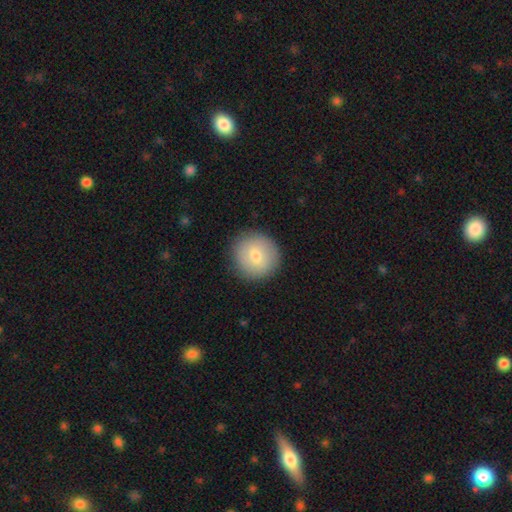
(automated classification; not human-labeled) Smooth or featured? Predicted: smooth (p=0.75). How rounded? Predicted: round (p=0.94). Merging? Predicted: none (p=0.90).